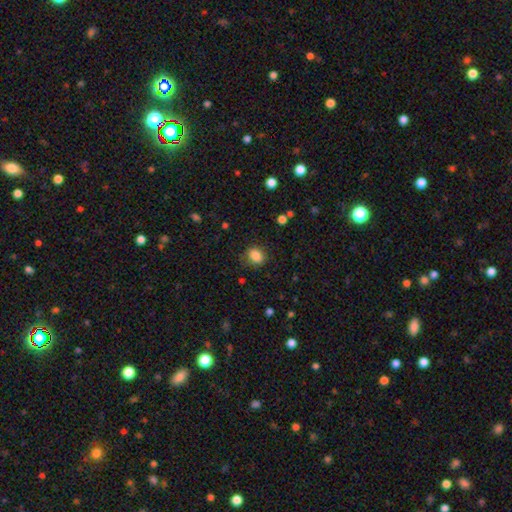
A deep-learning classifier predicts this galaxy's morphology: Smooth or featured? smooth (84%)
How rounded? round (53%)
Merging? none (80%)